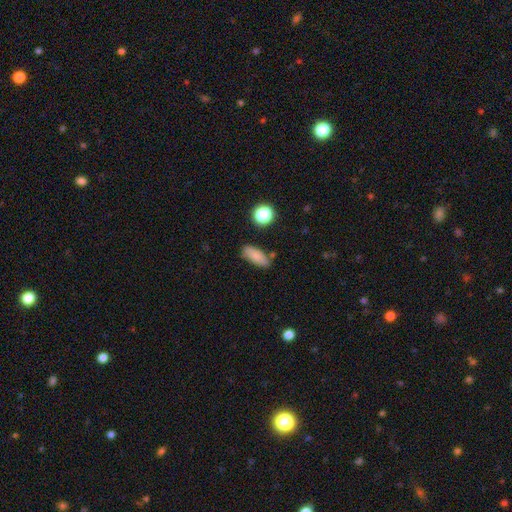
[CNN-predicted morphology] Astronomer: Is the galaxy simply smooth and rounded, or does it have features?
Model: smooth — 81%.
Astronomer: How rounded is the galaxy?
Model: in between — 75%.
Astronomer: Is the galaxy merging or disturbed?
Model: none — 75%.